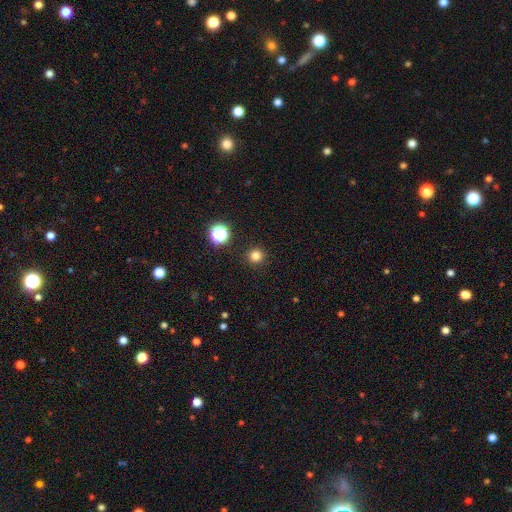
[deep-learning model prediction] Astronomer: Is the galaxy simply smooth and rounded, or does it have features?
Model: smooth — 80%.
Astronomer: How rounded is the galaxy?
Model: round — 96%.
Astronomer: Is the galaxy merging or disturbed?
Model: none — 92%.